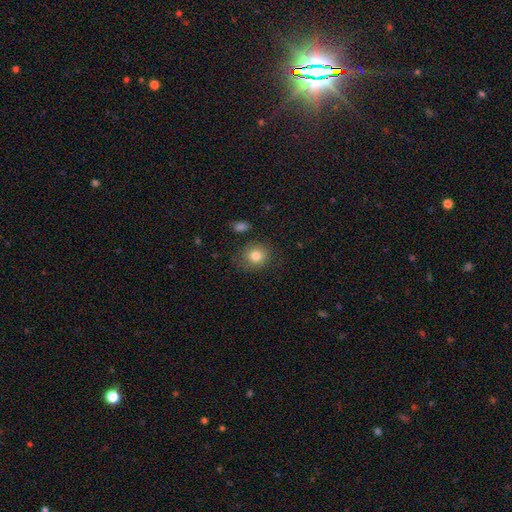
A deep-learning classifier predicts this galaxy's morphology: The model was most divided on "how rounded": round: 78%, in between: 21%, cigar-shaped: 1%. More confident: smooth or featured — smooth (81%); merging — none (78%).